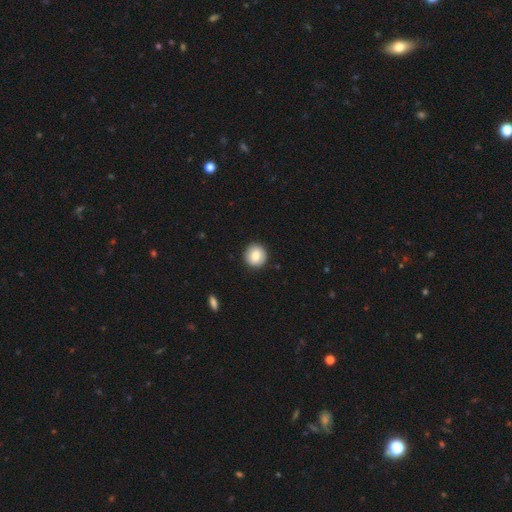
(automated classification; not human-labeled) A smooth galaxy with no disk features (84%) that is round (92%).

Vote fractions:
- Smooth or featured? smooth: 84% / featured or disk: 9% / star or artifact: 8%
- How rounded? round: 92% / in between: 7% / cigar-shaped: 1%
- Merging? none: 91% / minor disturbance: 6% / major disturbance: 2% / merger: 1%